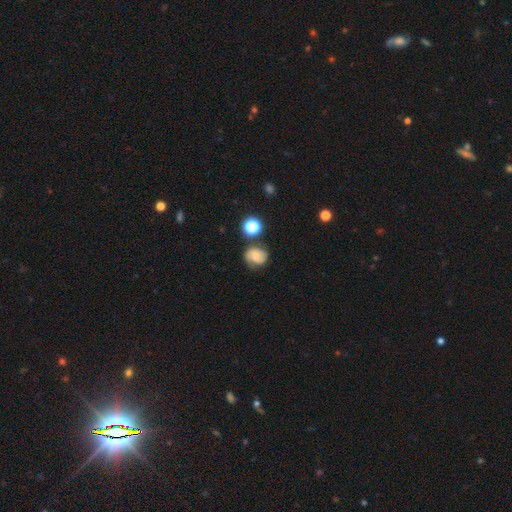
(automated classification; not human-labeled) Smooth or featured? featured or disk (47%)
Merging? none (65%)